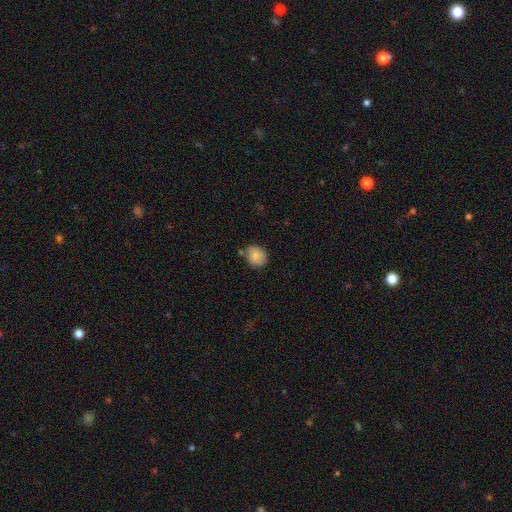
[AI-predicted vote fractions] Smooth or featured: smooth — 86% (star or artifact — 8%)
How rounded: round — 64% (in between — 35%)
Merging: none — 74% (minor disturbance — 16%)